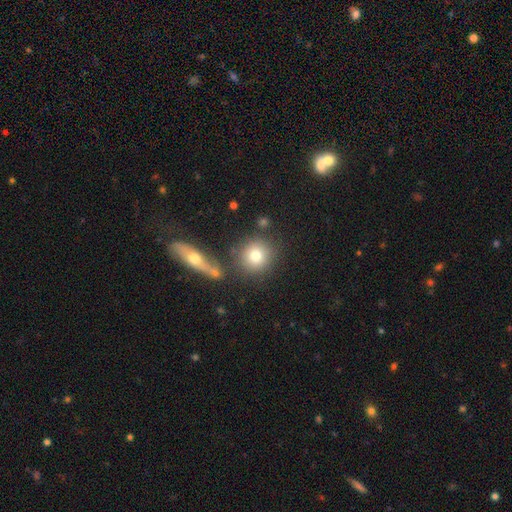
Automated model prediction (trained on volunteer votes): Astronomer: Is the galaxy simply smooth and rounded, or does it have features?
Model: smooth — 77%.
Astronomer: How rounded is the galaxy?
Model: round — 90%.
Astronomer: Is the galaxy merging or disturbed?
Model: none — 76%.